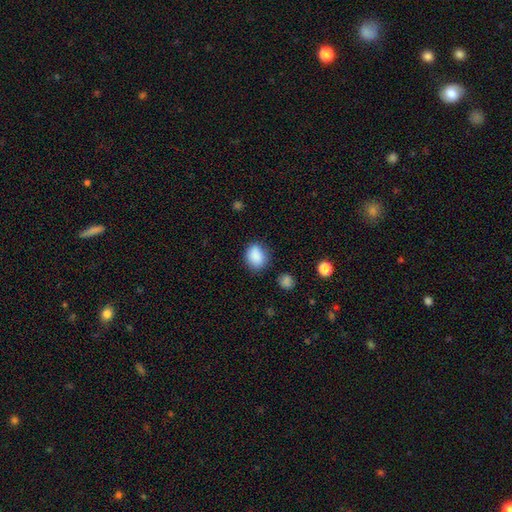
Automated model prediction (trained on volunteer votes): A smooth galaxy with no disk features (87%) that is in between round and cigar-shaped (57%).

Vote fractions:
- Smooth or featured? smooth: 87% / star or artifact: 9% / featured or disk: 4%
- How rounded? in between: 57% / round: 42% / cigar-shaped: 1%
- Merging? none: 74% / minor disturbance: 19% / major disturbance: 4% / merger: 3%